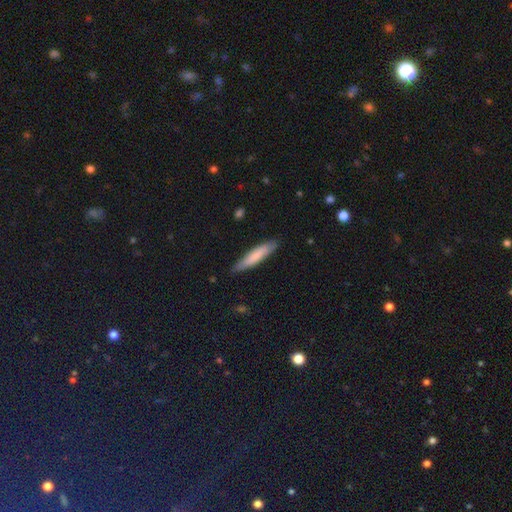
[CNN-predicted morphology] Smooth or featured? Predicted: smooth (p=0.76). How rounded? Predicted: cigar-shaped (p=0.87). Merging? Predicted: none (p=0.84).